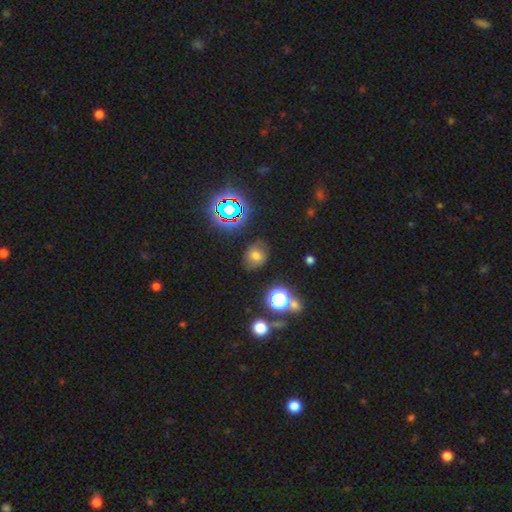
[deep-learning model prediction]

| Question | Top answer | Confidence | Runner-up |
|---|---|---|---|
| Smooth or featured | smooth | 61% | star or artifact (24%) |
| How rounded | round | 64% | in between (35%) |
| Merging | none | 76% | minor disturbance (16%) |